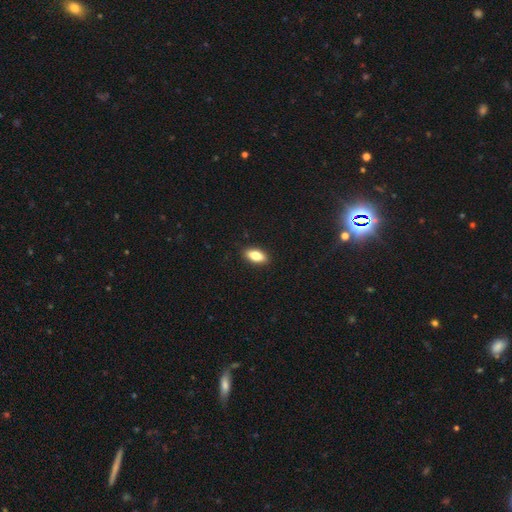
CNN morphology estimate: smooth_or_featured: smooth (p=0.81) [alt: featured or disk p=0.12]
how_rounded: in between (p=0.87) [alt: cigar-shaped p=0.09]
merging: none (p=0.90) [alt: minor disturbance p=0.07]